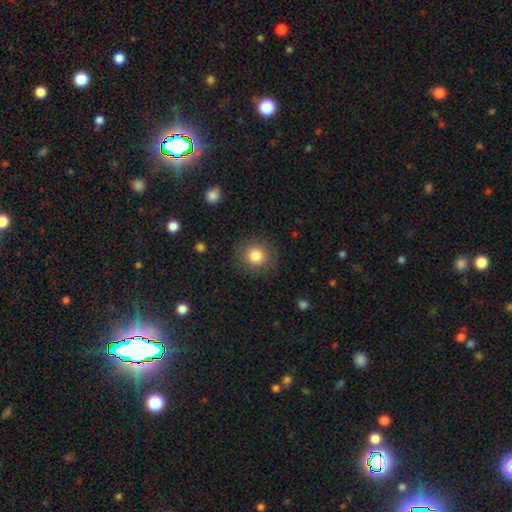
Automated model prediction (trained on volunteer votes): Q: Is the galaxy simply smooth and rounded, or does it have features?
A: smooth — 82%.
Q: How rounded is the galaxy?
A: round — 92%.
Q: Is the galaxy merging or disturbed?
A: none — 87%.